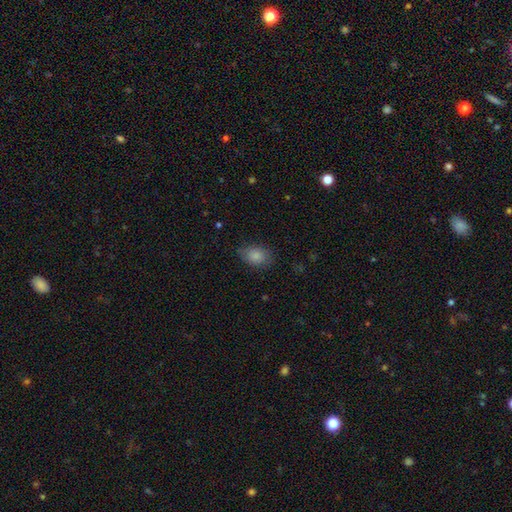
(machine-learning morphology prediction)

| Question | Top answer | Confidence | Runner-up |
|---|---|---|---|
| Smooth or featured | smooth | 85% | star or artifact (8%) |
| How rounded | in between | 72% | round (27%) |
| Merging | none | 73% | minor disturbance (21%) |